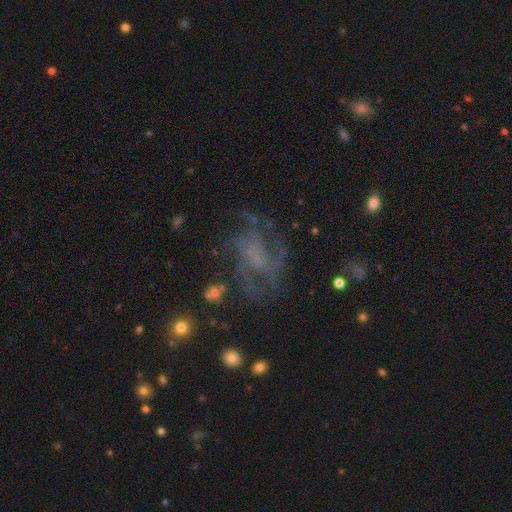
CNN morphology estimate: This is likely a featured or disk galaxy (67%). It is clearly not viewed edge-on (97%). Bar: likely no (63%). Spiral arm pattern: likely yes (80%). Spiral arm count: marginally can't tell (36%). Spiral winding: marginally medium (44%). Central bulge: possibly none (53%). Merging: possibly none (54%).